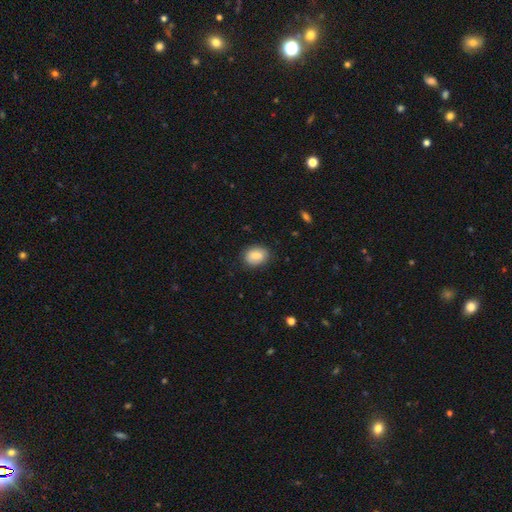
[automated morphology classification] Smooth or featured? Predicted: smooth (p=0.83). How rounded? Predicted: in between (p=0.64). Merging? Predicted: none (p=0.83).